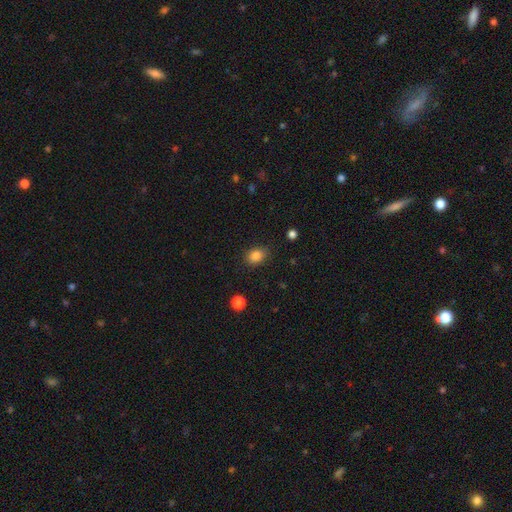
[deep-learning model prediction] smooth 85%, star or artifact 10%, featured or disk 5%. Down the decision tree: how rounded — in between (60%); merging — none (85%).